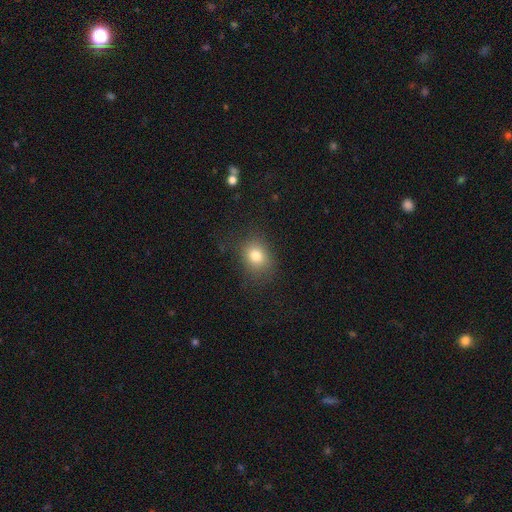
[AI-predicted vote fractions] Overall: smooth (79%). How rounded: round (53%; in between 46%). Merging: none (78%).